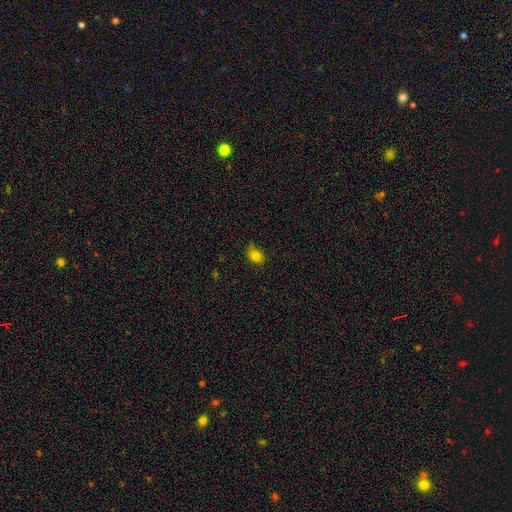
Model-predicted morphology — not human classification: Smooth or featured: smooth — 79% (star or artifact — 12%)
How rounded: in between — 54% (round — 45%)
Merging: none — 63% (minor disturbance — 28%)